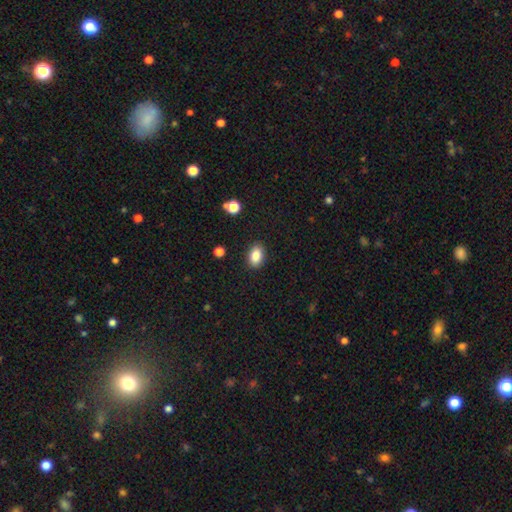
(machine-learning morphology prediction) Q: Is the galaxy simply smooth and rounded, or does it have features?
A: smooth — 87%.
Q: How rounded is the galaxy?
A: in between — 85%.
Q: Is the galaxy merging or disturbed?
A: none — 87%.